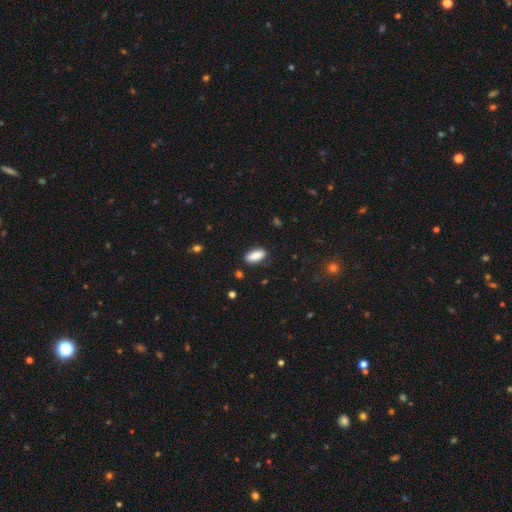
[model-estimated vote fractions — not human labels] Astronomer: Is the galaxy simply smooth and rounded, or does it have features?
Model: smooth — 88%.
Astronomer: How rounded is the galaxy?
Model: in between — 84%.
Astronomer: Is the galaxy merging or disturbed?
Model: none — 84%.